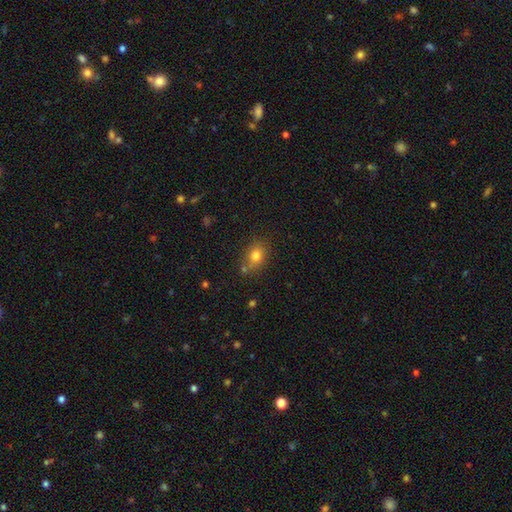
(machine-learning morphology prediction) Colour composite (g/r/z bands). It shows a smooth galaxy with no disk features (79%) that is in between round and cigar-shaped (50%). Merging: none (68%).